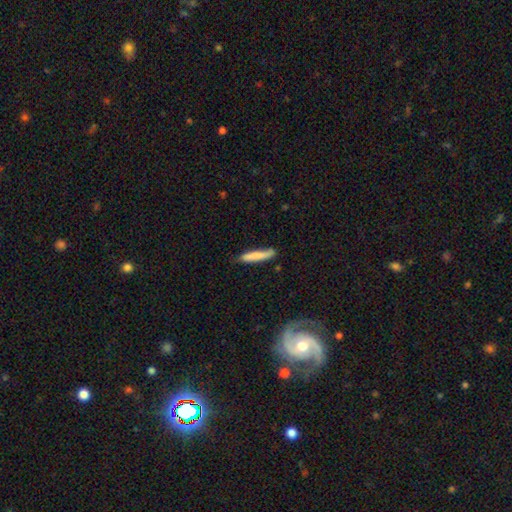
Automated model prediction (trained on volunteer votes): A smooth galaxy with no disk features (80%) that is cigar-shaped (90%). Merging: none (73%).